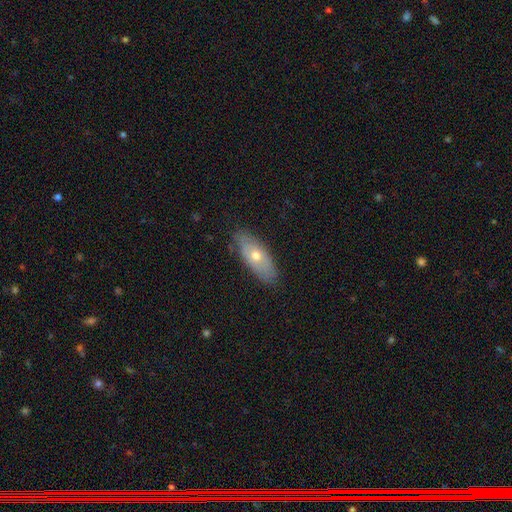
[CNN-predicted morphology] Smooth or featured? Predicted: smooth (p=0.48). Merging? Predicted: none (p=0.80).